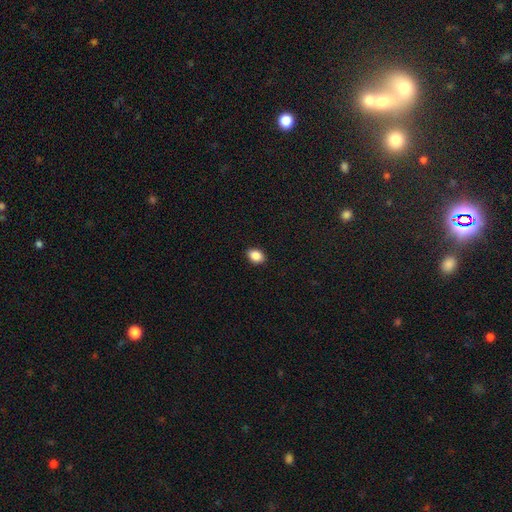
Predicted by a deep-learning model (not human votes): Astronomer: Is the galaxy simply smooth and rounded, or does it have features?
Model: smooth — 88%.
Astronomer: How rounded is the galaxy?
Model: in between — 76%.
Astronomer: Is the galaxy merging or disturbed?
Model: none — 88%.